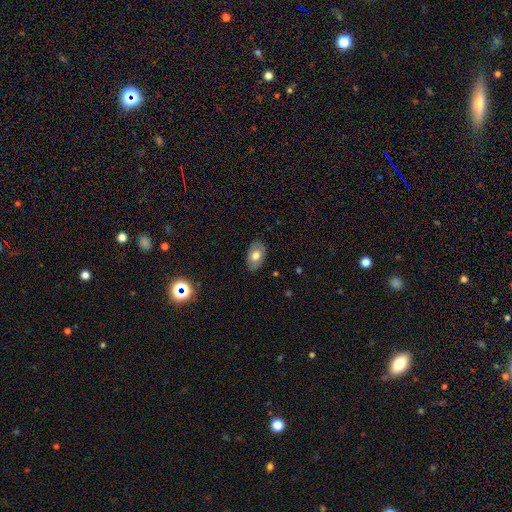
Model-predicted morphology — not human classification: Smooth or featured: smooth — 67% (featured or disk — 25%)
How rounded: in between — 90% (round — 9%)
Merging: none — 82% (minor disturbance — 14%)